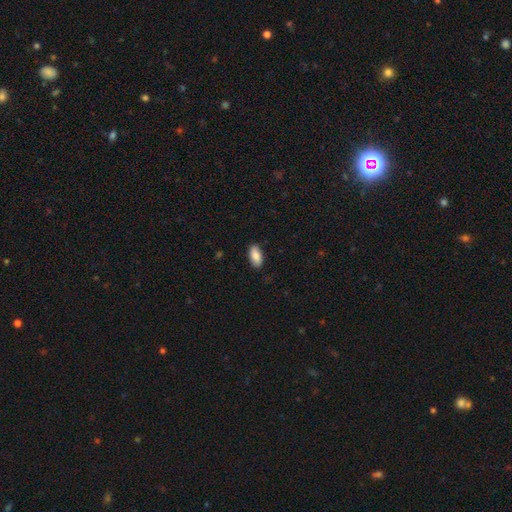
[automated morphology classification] smooth_or_featured: smooth (p=0.86) [alt: featured or disk p=0.08]
how_rounded: in between (p=0.91) [alt: cigar-shaped p=0.06]
merging: none (p=0.86) [alt: minor disturbance p=0.11]